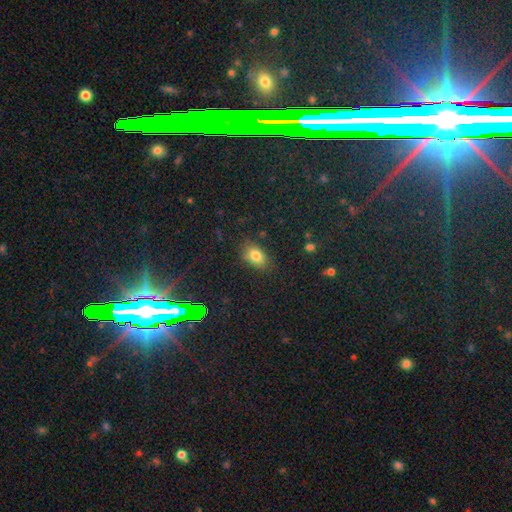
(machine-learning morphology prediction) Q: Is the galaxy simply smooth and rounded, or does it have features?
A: smooth — 77%.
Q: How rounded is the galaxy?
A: in between — 79%.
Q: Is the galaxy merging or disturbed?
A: none — 78%.